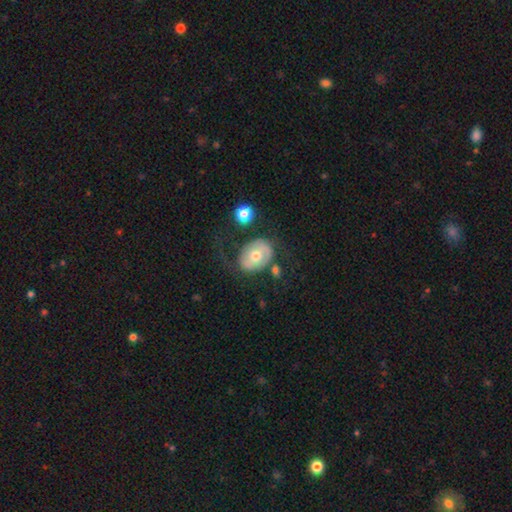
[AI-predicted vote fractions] Q: Smooth or featured?
A: featured or disk (48%); runner-up: smooth (45%)
Q: Merging?
A: none (49%); runner-up: minor disturbance (21%)